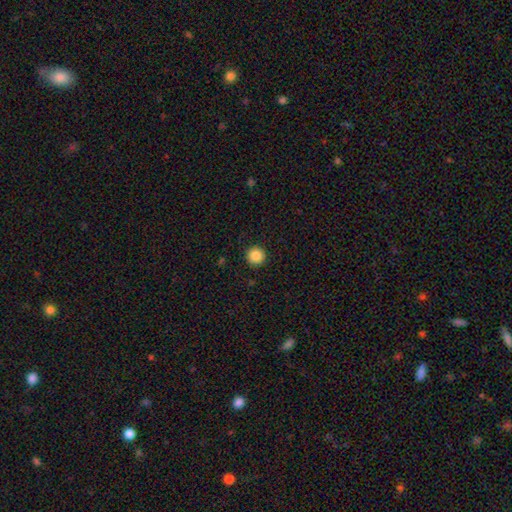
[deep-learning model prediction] smooth-or-featured: smooth: 87% | star or artifact: 10% | featured or disk: 3%
  how-rounded: round: 96% | in between: 3% | cigar-shaped: 1%
  merging: none: 92% | minor disturbance: 5% | major disturbance: 2% | merger: 1%